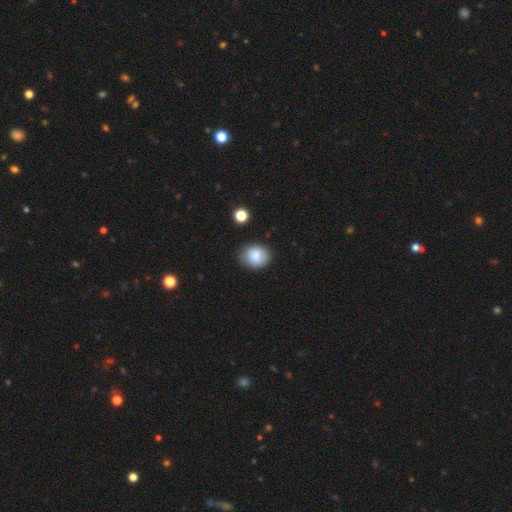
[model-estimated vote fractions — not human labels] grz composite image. It shows a smooth galaxy with no disk features (83%) that is round (55%). Merging: none (77%).